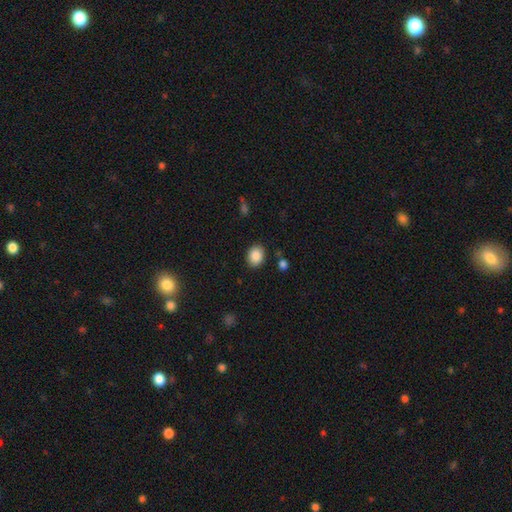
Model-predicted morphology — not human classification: type=smooth (88%); roundness=in between (52%); merging=none (86%).